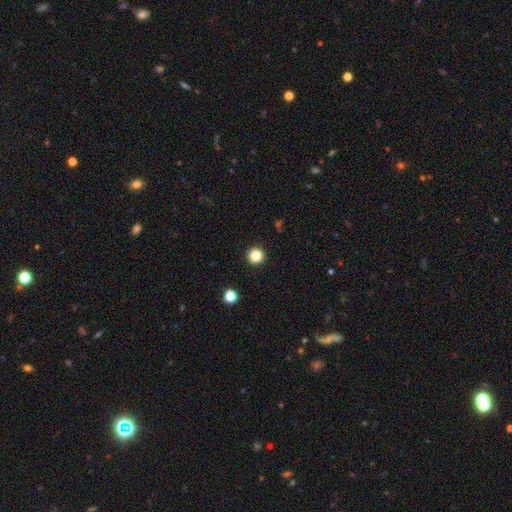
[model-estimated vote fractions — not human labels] The model was most divided on "smooth or featured": smooth: 85%, star or artifact: 11%, featured or disk: 4%. More confident: how rounded — round (96%); merging — none (93%).